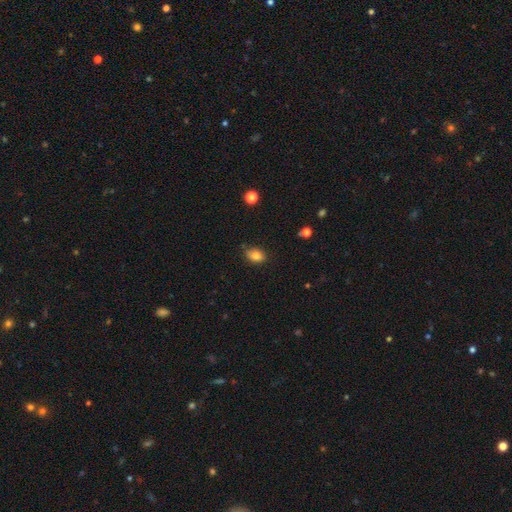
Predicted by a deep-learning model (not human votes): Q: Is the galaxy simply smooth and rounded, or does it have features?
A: smooth — 81%.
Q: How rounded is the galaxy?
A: in between — 78%.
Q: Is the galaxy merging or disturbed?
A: none — 76%.